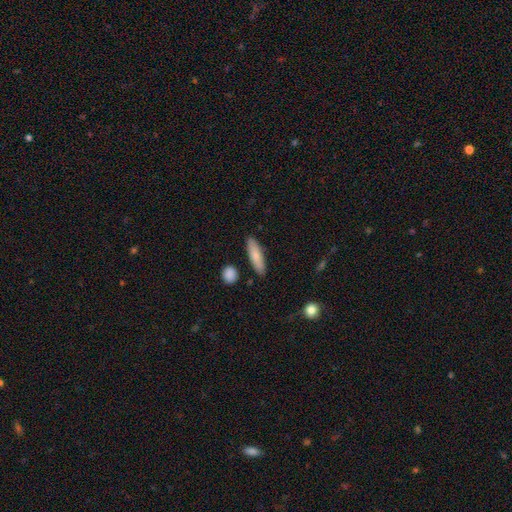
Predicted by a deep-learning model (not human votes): A smooth galaxy with no disk features (79%) that is cigar-shaped (63%). Merging: none (86%).